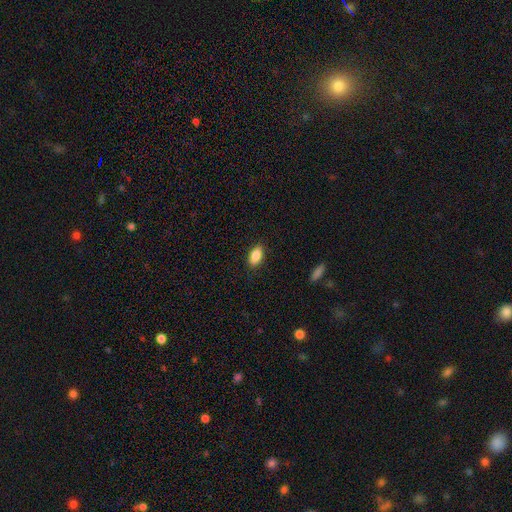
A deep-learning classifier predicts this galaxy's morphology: Smooth or featured? smooth (86%)
How rounded? in between (89%)
Merging? none (87%)